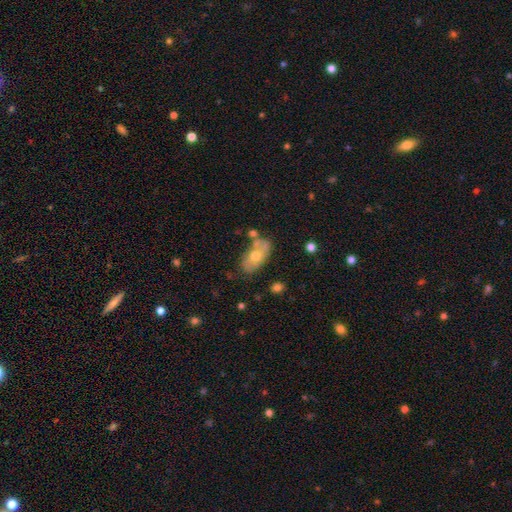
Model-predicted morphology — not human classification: This appears to be a smooth galaxy with no disk features (52%) that is in between round and cigar-shaped (90%). Merging: none (58%).